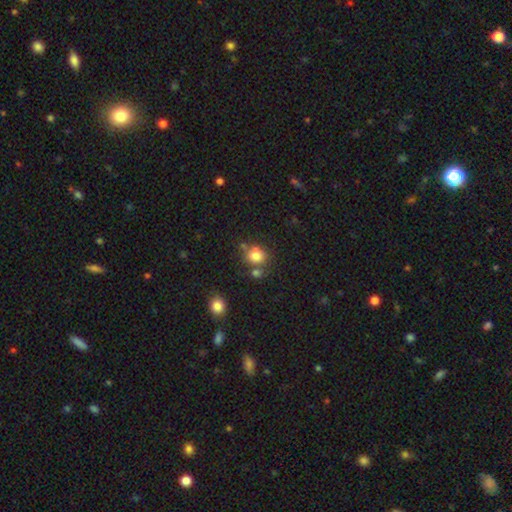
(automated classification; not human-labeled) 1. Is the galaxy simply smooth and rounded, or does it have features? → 77% smooth, 12% star or artifact, 10% featured or disk.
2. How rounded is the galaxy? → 76% round, 24% in between, 1% cigar-shaped.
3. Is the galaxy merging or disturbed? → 57% none, 24% merger, 14% minor disturbance, 5% major disturbance.